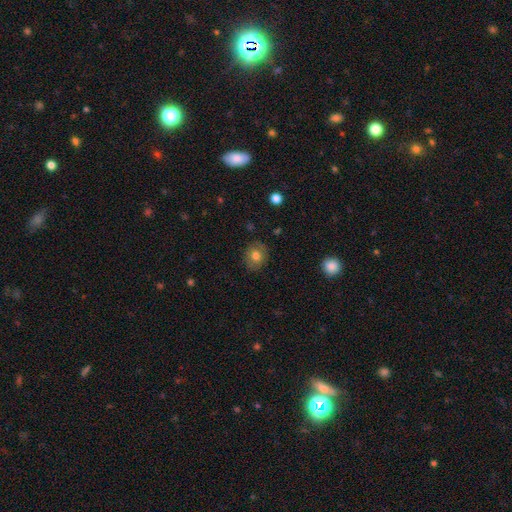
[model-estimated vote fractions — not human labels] Smooth or featured? smooth (75%)
How rounded? round (69%)
Merging? none (86%)